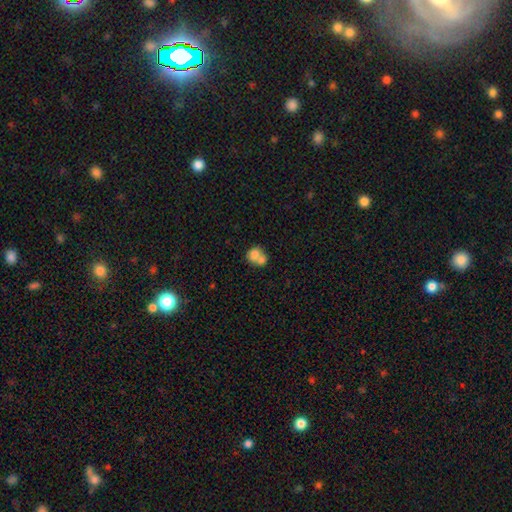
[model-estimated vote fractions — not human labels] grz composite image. It shows a smooth galaxy with no disk features (73%) that is round (67%). Merging: merger (65%).